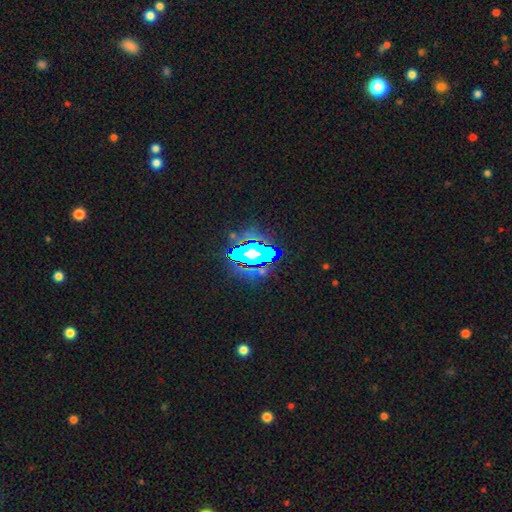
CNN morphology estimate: type=star or artifact (70%).